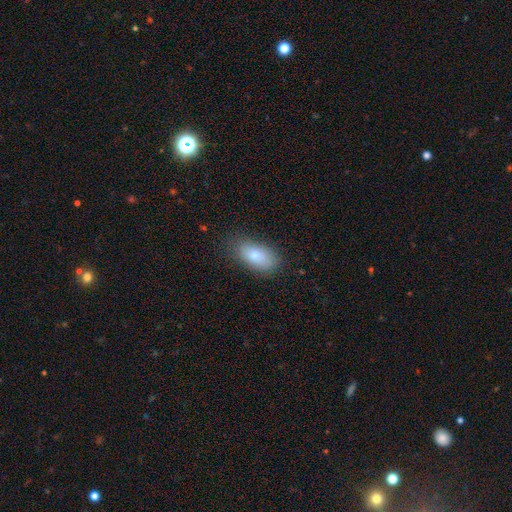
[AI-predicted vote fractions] The model was most divided on "merging": none: 80%, minor disturbance: 15%, major disturbance: 4%, merger: 1%. More confident: how rounded — in between (91%); smooth or featured — smooth (80%).